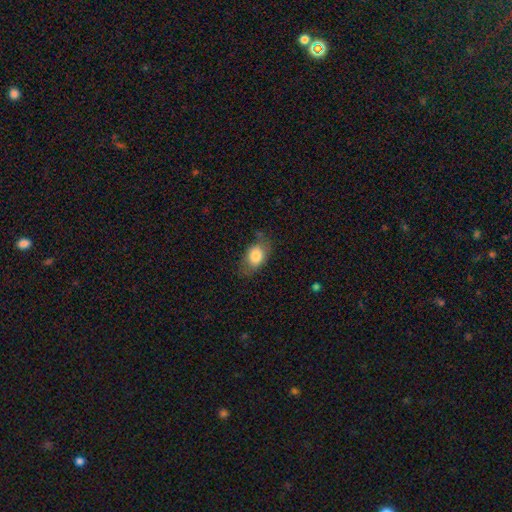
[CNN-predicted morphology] The model was most divided on "merging": none: 67%, minor disturbance: 23%, major disturbance: 8%, merger: 2%. More confident: smooth or featured — smooth (80%); how rounded — in between (78%).